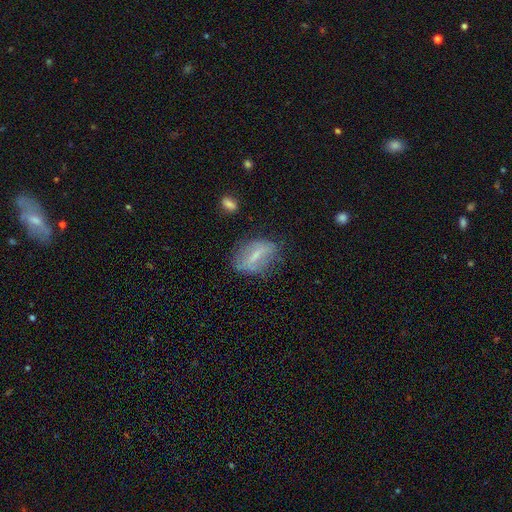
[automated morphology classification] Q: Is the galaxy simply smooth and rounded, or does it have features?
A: featured or disk — 47%.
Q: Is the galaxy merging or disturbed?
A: none — 63%.